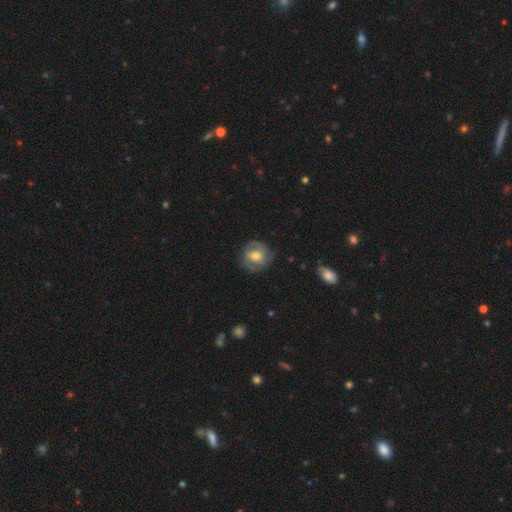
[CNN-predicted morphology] Smooth or featured: featured or disk — 64% (smooth — 29%)
Edge-on disk: no — 97% (yes — 3%)
Bar: no — 44% (weak — 41%)
Spiral arms: yes — 82% (no — 18%)
Spiral winding: tight — 48% (medium — 39%)
Spiral arm count: 2 — 56% (can't tell — 23%)
Bulge size: moderate — 66% (small — 26%)
Merging: none — 77% (minor disturbance — 16%)